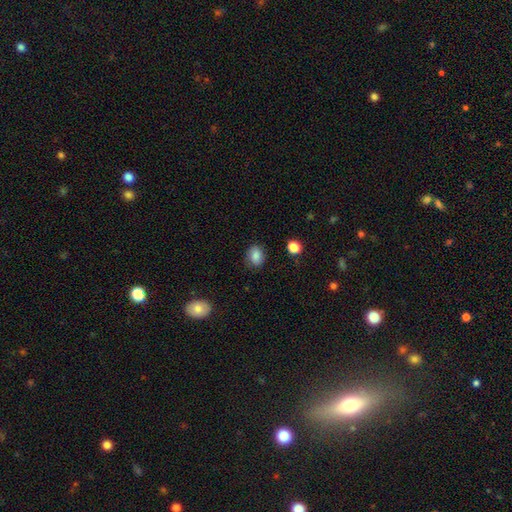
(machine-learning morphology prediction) Overall: smooth (85%). How rounded: in between (53%; round 46%). Merging: none (82%).